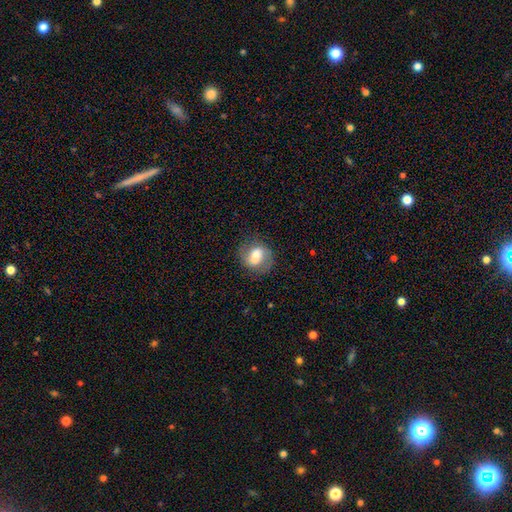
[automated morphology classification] The model was most divided on "smooth or featured": smooth: 49%, featured or disk: 43%, star or artifact: 8%. More confident: merging — none (76%).